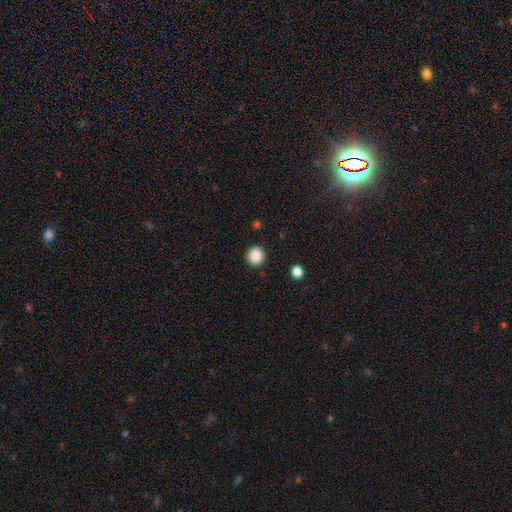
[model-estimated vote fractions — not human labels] Smooth or featured: smooth — 88% (star or artifact — 9%)
How rounded: round — 86% (in between — 13%)
Merging: none — 90% (minor disturbance — 6%)